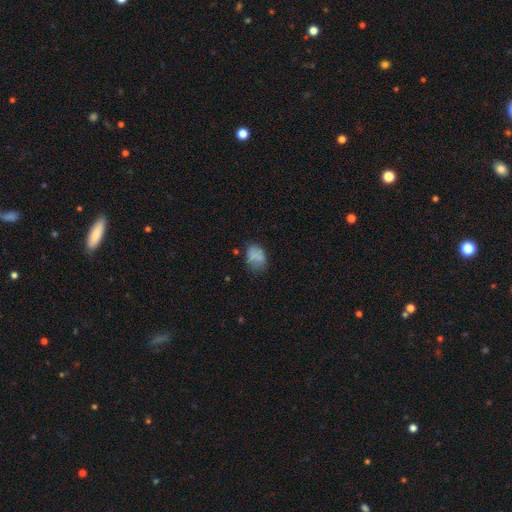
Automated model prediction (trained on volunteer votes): Smooth or featured? Predicted: smooth (p=0.80). How rounded? Predicted: in between (p=0.66). Merging? Predicted: none (p=0.58).